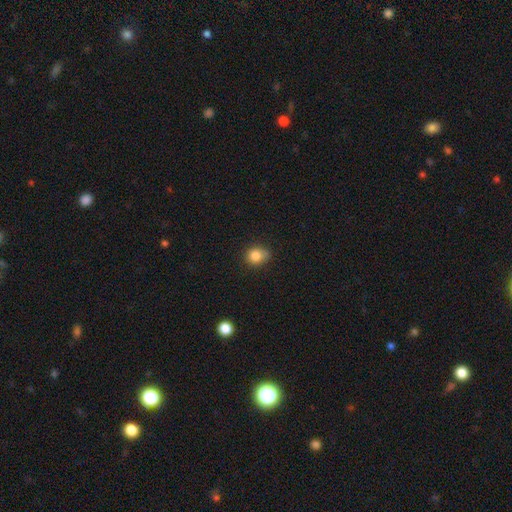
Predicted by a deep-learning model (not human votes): A smooth galaxy with no disk features (83%) that is round (69%).

Vote fractions:
- Smooth or featured? smooth: 83% / star or artifact: 11% / featured or disk: 6%
- How rounded? round: 69% / in between: 30% / cigar-shaped: 1%
- Merging? none: 71% / minor disturbance: 23% / major disturbance: 4% / merger: 2%